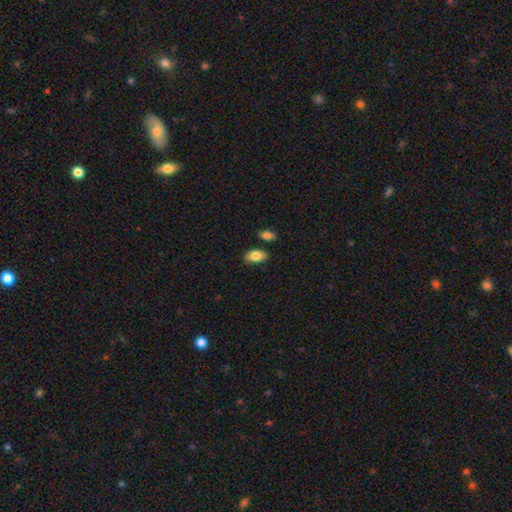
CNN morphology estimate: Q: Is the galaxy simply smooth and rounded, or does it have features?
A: smooth — 85%.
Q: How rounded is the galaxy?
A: in between — 93%.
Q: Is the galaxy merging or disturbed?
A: none — 80%.